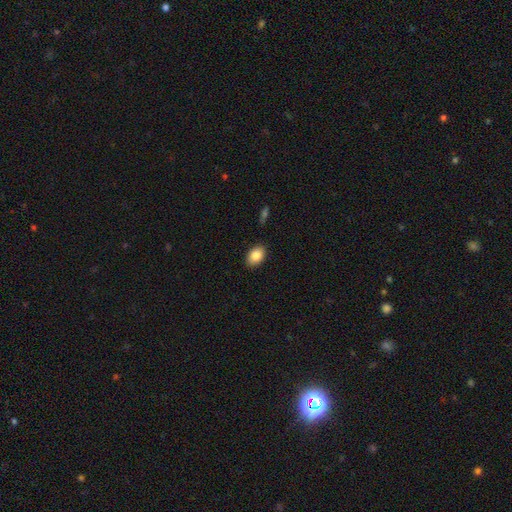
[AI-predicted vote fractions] smooth_or_featured: smooth (p=0.86) [alt: star or artifact p=0.07]
how_rounded: in between (p=0.85) [alt: round p=0.14]
merging: none (p=0.87) [alt: minor disturbance p=0.10]